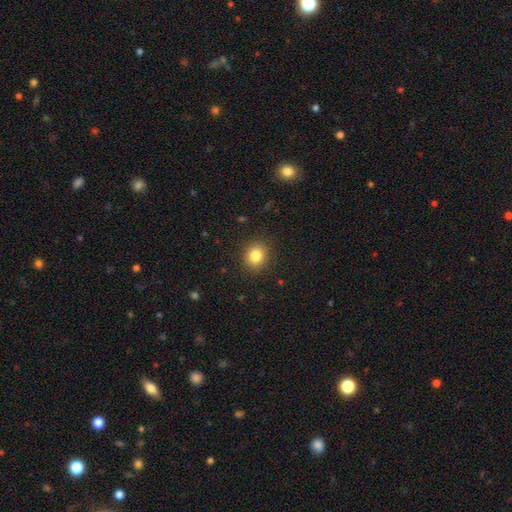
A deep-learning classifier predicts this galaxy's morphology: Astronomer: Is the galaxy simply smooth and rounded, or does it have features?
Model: smooth — 83%.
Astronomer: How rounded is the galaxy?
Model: round — 76%.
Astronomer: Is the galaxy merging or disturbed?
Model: none — 90%.